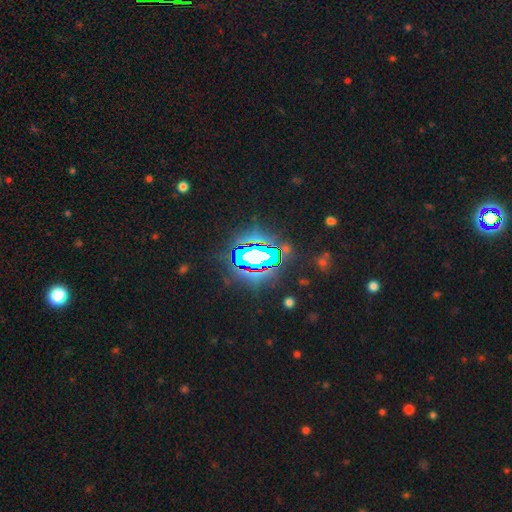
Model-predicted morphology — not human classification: Q: Smooth or featured?
A: star or artifact (72%); runner-up: smooth (15%)